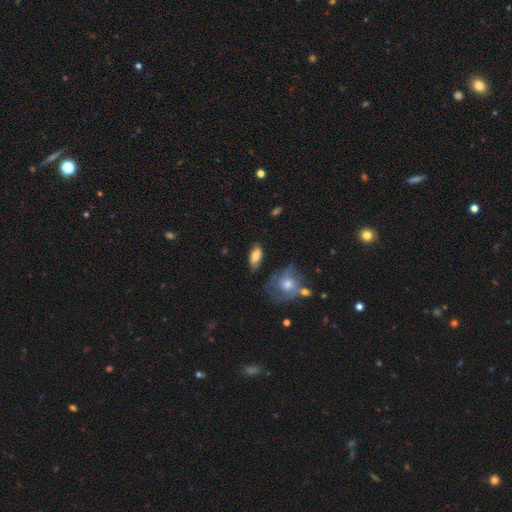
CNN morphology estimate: smooth 76%, featured or disk 17%, star or artifact 7%. Down the decision tree: how rounded — in between (86%); merging — none (74%).